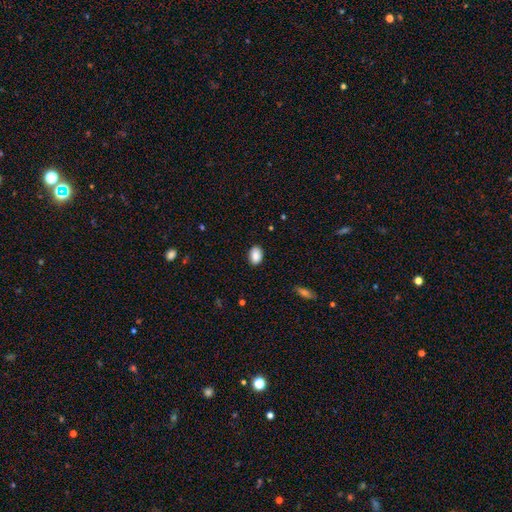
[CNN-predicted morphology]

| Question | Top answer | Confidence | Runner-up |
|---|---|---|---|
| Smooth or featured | smooth | 88% | star or artifact (7%) |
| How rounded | in between | 85% | round (14%) |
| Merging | none | 87% | minor disturbance (9%) |